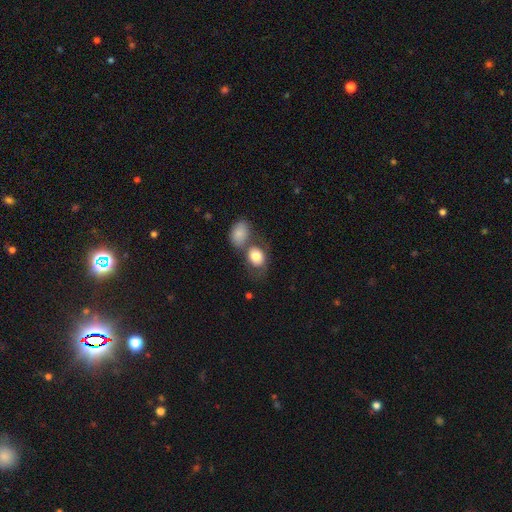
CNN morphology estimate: Q: Smooth or featured?
A: smooth (78%); runner-up: featured or disk (15%)
Q: How rounded?
A: in between (63%); runner-up: round (35%)
Q: Merging?
A: none (40%); runner-up: merger (34%)